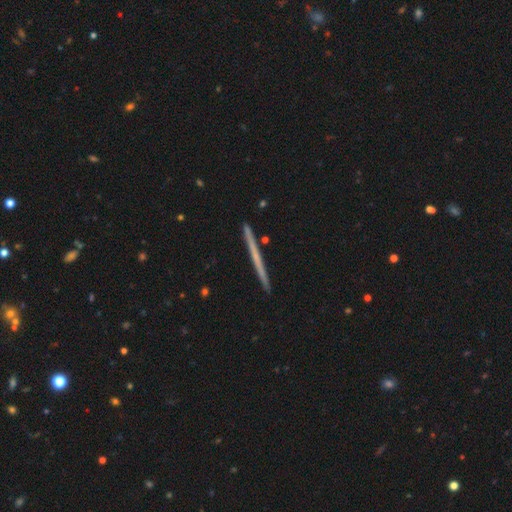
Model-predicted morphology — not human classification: Overall: featured or disk (57%; smooth 37%). Edge-on disk: yes (98%). Edge-on bulge: none (90%). Merging: none (92%).